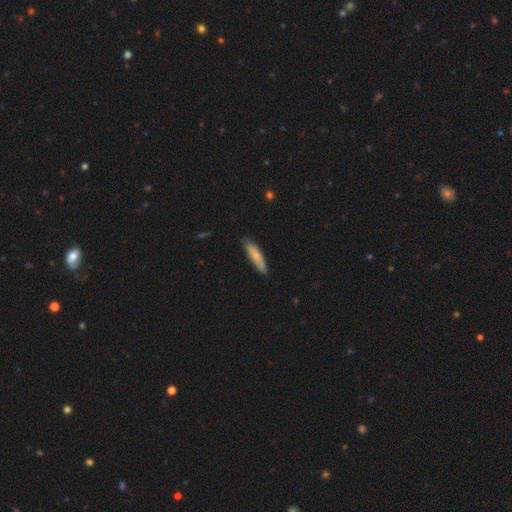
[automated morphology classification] smooth 71%, featured or disk 24%, star or artifact 6%. Down the decision tree: how rounded — cigar-shaped (74%); merging — none (82%).